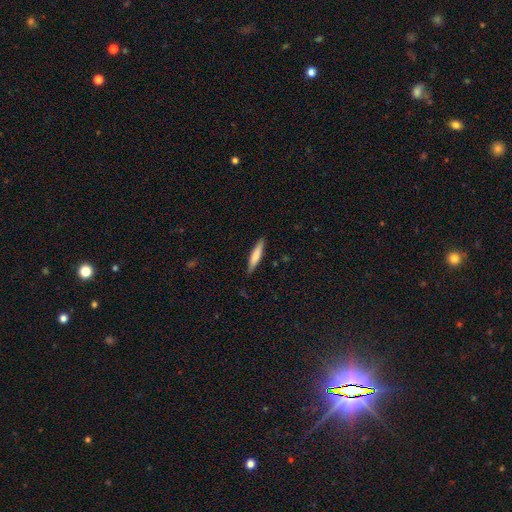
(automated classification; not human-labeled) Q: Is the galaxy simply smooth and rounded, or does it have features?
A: smooth — 74%.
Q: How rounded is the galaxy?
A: cigar-shaped — 87%.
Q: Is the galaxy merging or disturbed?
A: none — 87%.